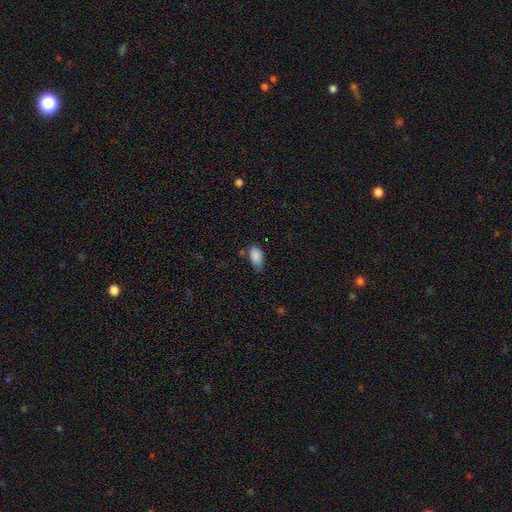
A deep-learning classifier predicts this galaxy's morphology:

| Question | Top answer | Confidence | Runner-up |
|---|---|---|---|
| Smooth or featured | smooth | 87% | star or artifact (8%) |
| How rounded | in between | 93% | round (4%) |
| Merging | none | 56% | minor disturbance (34%) |